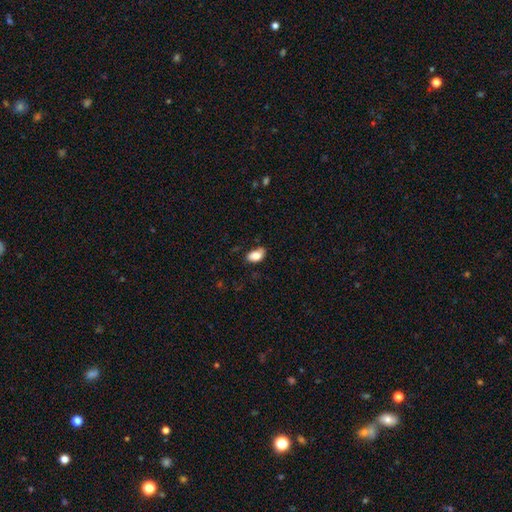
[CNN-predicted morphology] The model was most divided on "merging": none: 63%, minor disturbance: 28%, major disturbance: 6%, merger: 2%. More confident: how rounded — in between (92%); smooth or featured — smooth (83%).